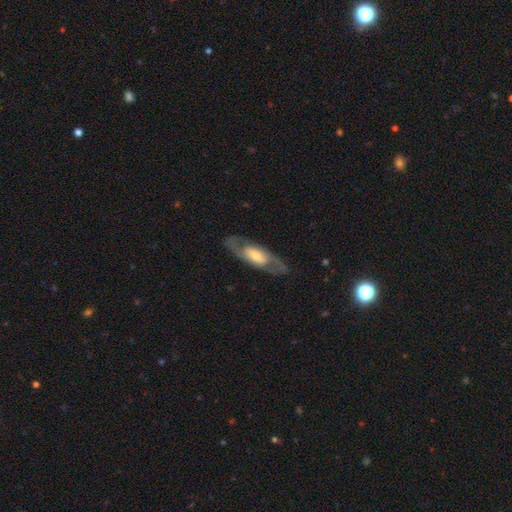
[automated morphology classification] A featured or disk galaxy (72%) with no bar (46%), spiral arms (73%) and a moderate central bulge (47%). Merging: none (82%).